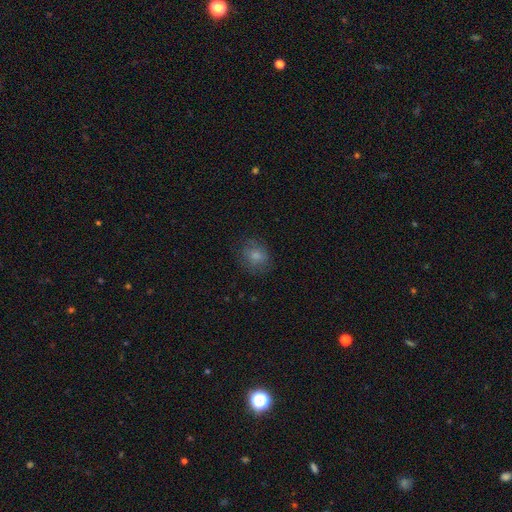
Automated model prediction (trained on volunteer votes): smooth-or-featured: smooth: 79% | featured or disk: 11% | star or artifact: 10%
  how-rounded: round: 66% | in between: 33% | cigar-shaped: 1%
  merging: none: 78% | minor disturbance: 16% | major disturbance: 6% | merger: 1%